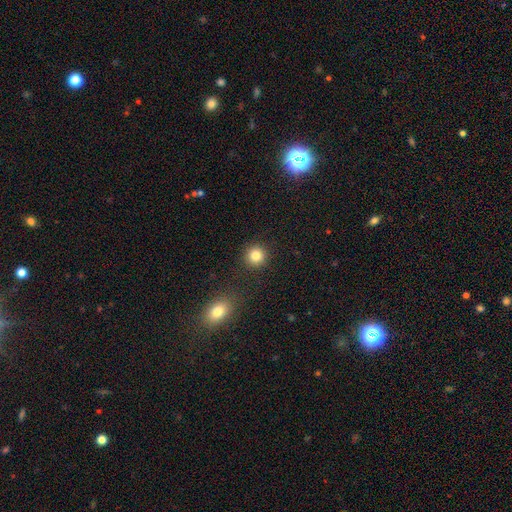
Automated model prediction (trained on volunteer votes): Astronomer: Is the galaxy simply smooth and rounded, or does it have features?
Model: smooth — 84%.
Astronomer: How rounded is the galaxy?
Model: round — 93%.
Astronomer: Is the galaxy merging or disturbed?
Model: none — 90%.